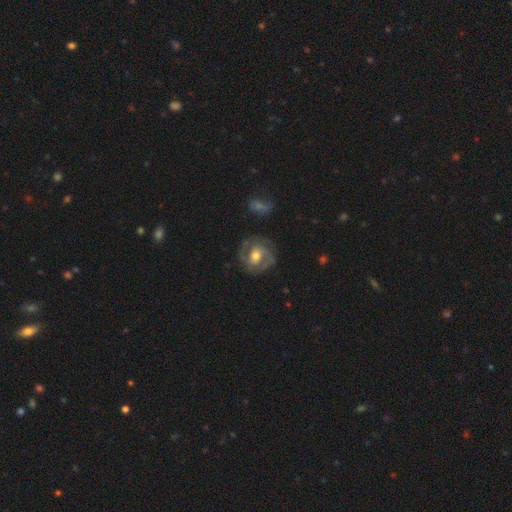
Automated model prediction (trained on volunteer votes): Smooth or featured? featured or disk (75%)
Edge-on disk? no (97%)
Bar? weak (42%)
Spiral arms? yes (86%)
Spiral winding? medium (44%)
Spiral arm count? 2 (76%)
Bulge size? moderate (73%)
Merging? none (77%)